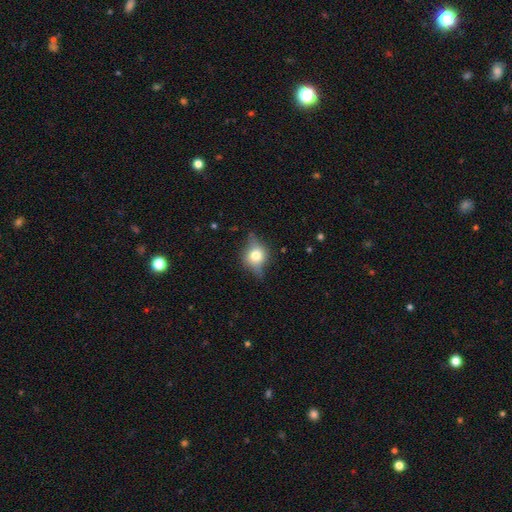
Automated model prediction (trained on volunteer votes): This is possibly a smooth galaxy (45%, tied with featured or disk). Merging: likely none (67%).